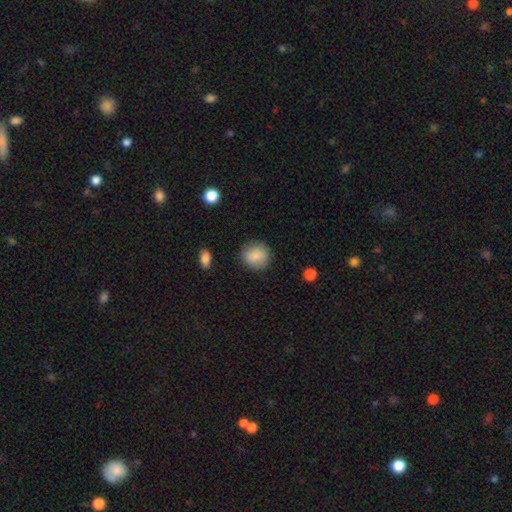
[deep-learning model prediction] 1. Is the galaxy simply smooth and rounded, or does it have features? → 87% smooth, 7% star or artifact, 6% featured or disk.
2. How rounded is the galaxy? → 86% round, 13% in between, 1% cigar-shaped.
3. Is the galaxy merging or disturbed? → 85% none, 11% minor disturbance, 3% major disturbance, 1% merger.